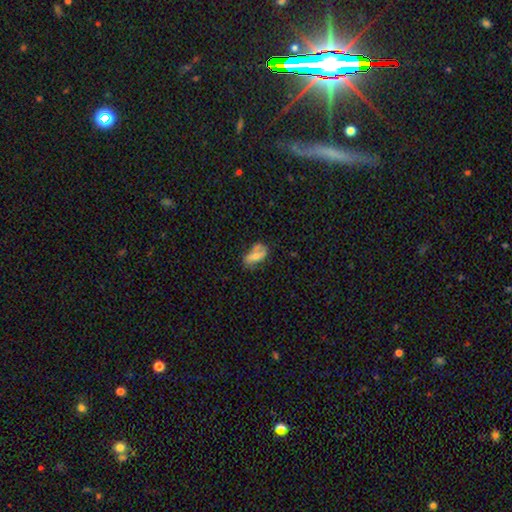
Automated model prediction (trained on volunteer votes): The model was most divided on "smooth or featured": smooth: 48%, featured or disk: 42%, star or artifact: 10%. More confident: merging — none (51%).